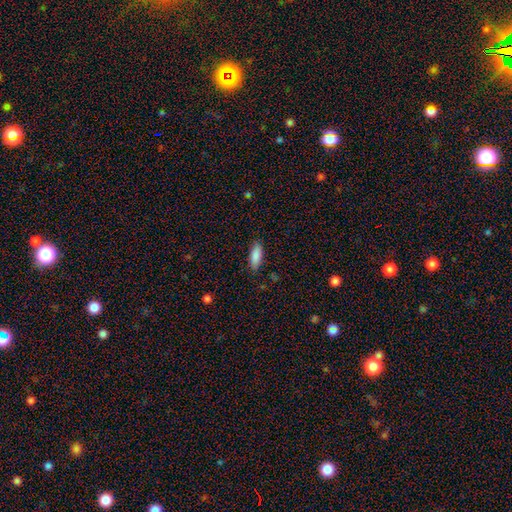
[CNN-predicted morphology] This appears to be a smooth galaxy with no disk features (87%) that is in between round and cigar-shaped (68%). Merging: none (86%).